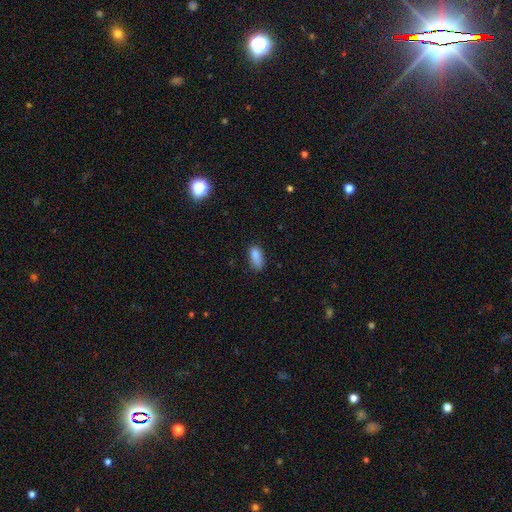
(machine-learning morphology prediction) A smooth galaxy with no disk features (84%) that is in between round and cigar-shaped (85%). Merging: none (61%).